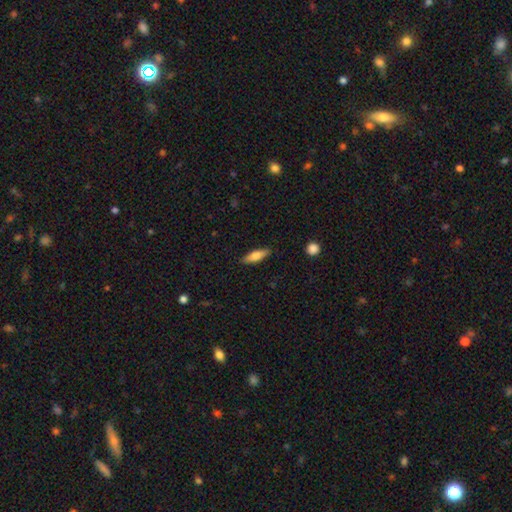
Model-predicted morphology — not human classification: Smooth or featured?
  - smooth: 66% *
  - featured or disk: 28%
  - star or artifact: 6%
How rounded?
  - cigar-shaped: 55% *
  - in between: 43%
  - round: 2%
Merging?
  - none: 87% *
  - minor disturbance: 9%
  - major disturbance: 2%
  - merger: 1%